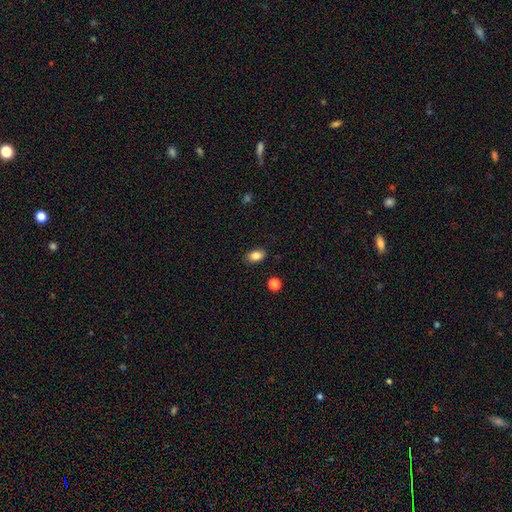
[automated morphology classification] smooth 84%, star or artifact 9%, featured or disk 7%. Down the decision tree: how rounded — in between (87%); merging — none (87%).